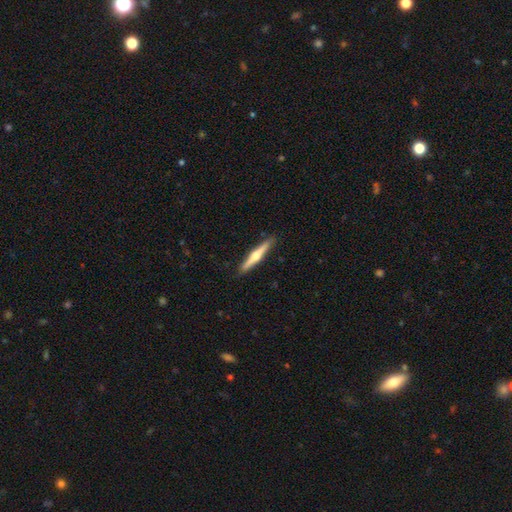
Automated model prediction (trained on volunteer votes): Smooth or featured? Predicted: featured or disk (p=0.65). Edge-on disk? Predicted: yes (p=0.97). Edge-on bulge? Predicted: rounded (p=0.92). Merging? Predicted: none (p=0.90).